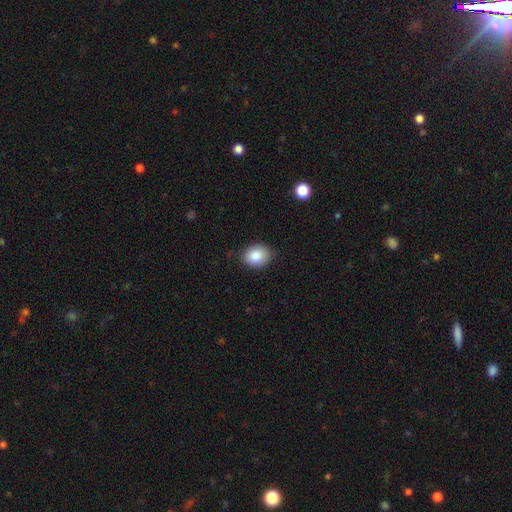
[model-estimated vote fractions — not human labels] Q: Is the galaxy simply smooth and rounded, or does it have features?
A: smooth — 86%.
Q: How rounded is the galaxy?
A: round — 52%.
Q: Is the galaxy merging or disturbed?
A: none — 85%.